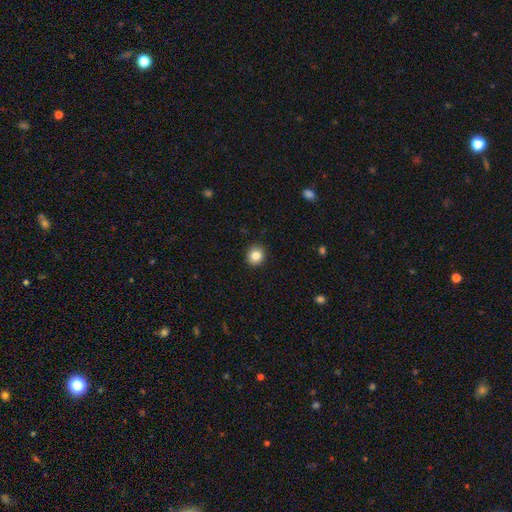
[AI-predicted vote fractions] smooth_or_featured: smooth (p=0.84) [alt: star or artifact p=0.10]
how_rounded: round (p=0.83) [alt: in between p=0.16]
merging: none (p=0.92) [alt: minor disturbance p=0.06]